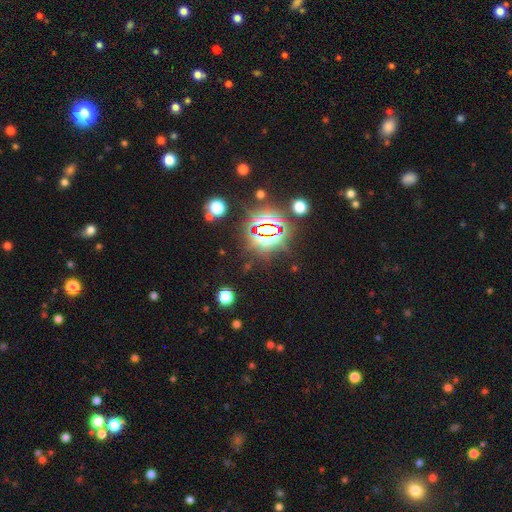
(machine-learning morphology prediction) Smooth or featured? Predicted: star or artifact (p=0.82).